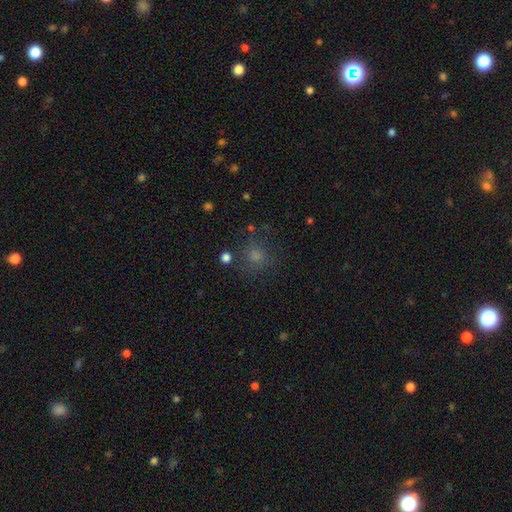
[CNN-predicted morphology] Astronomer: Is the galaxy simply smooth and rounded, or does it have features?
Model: smooth — 72%.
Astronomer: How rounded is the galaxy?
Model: round — 88%.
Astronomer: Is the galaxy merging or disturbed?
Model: none — 76%.